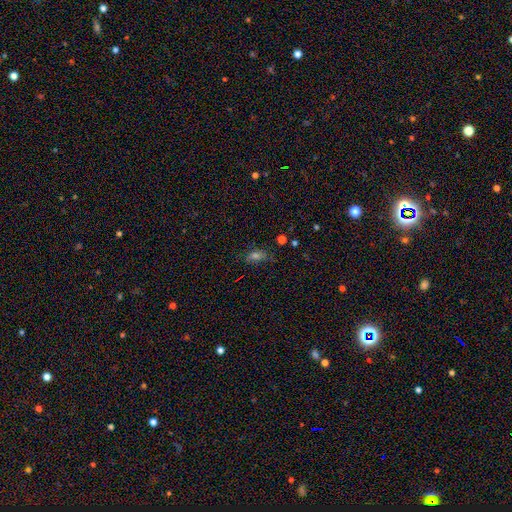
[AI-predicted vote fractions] Morphology: type=smooth (46%); merging=none (62%).